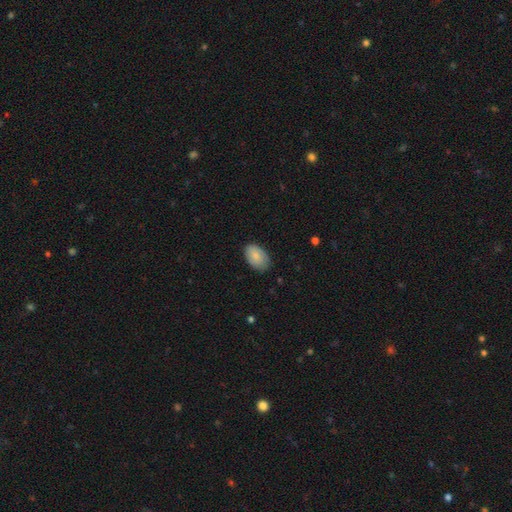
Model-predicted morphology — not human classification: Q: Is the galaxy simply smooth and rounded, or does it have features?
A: smooth — 82%.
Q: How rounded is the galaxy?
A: in between — 91%.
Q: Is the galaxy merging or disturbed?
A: none — 78%.